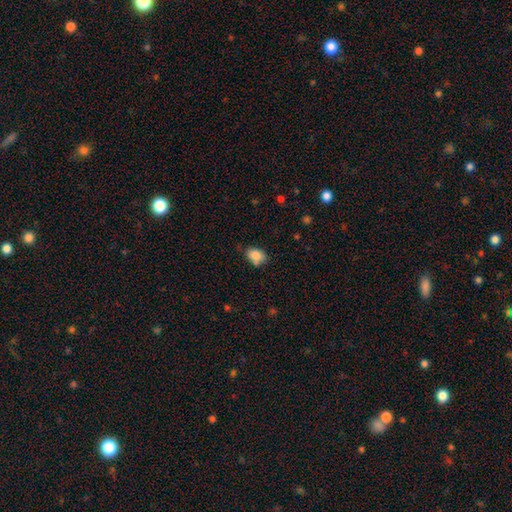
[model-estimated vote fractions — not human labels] smooth 85%, star or artifact 8%, featured or disk 7%. Down the decision tree: how rounded — in between (78%); merging — none (65%).